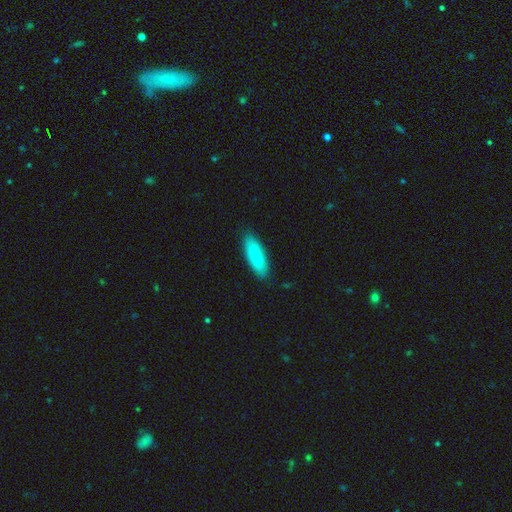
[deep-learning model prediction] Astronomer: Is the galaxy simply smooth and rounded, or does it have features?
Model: smooth — 81%.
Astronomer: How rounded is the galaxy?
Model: in between — 61% (runner-up: cigar-shaped, 37%).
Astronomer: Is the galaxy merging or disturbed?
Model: none — 87%.